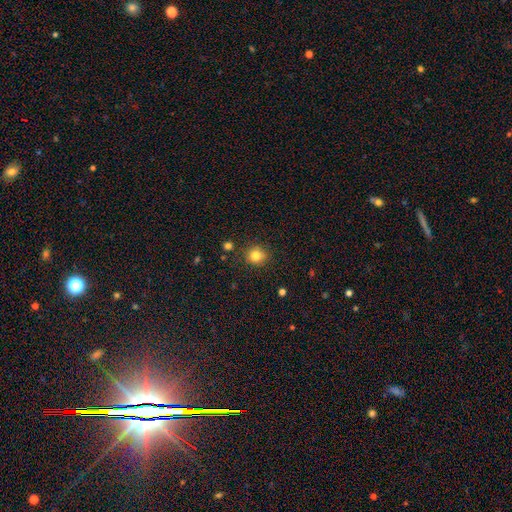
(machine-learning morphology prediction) The model was most divided on "smooth or featured": smooth: 81%, star or artifact: 12%, featured or disk: 7%. More confident: how rounded — round (87%); merging — none (87%).